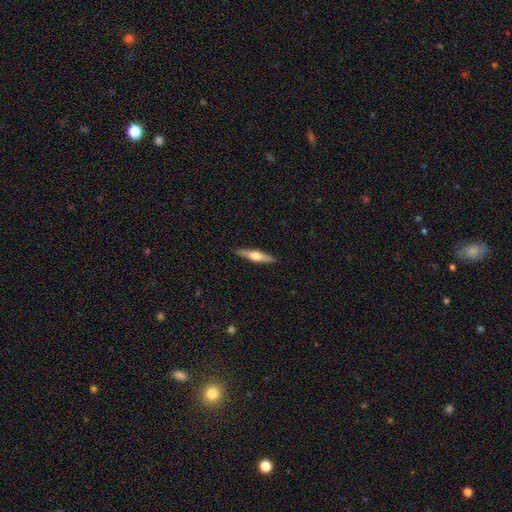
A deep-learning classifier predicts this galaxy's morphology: smooth_or_featured: featured or disk (p=0.55) [alt: smooth p=0.39]
disk_edge_on: yes (p=0.95) [alt: no p=0.05]
edge_on_bulge: rounded (p=0.93) [alt: boxy p=0.04]
merging: none (p=0.90) [alt: minor disturbance p=0.07]